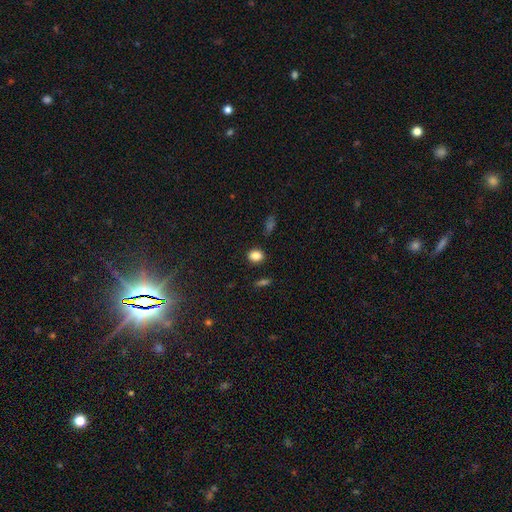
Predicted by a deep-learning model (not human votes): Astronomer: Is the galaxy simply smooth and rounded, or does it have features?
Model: smooth — 85%.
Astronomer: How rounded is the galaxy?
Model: round — 57% (runner-up: in between, 42%).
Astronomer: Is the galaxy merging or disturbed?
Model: none — 87%.